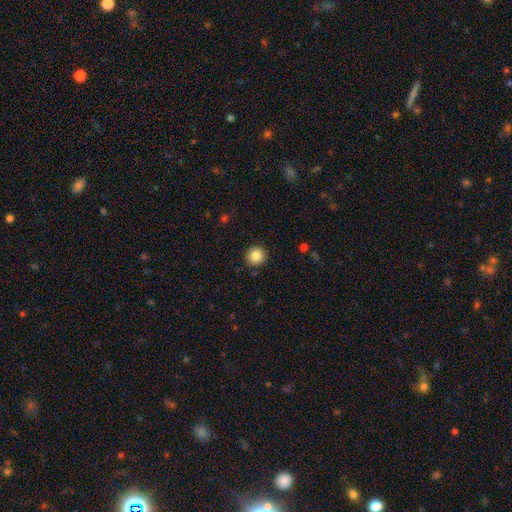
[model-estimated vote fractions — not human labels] The model was most divided on "smooth or featured": smooth: 85%, star or artifact: 10%, featured or disk: 5%. More confident: how rounded — round (94%); merging — none (90%).